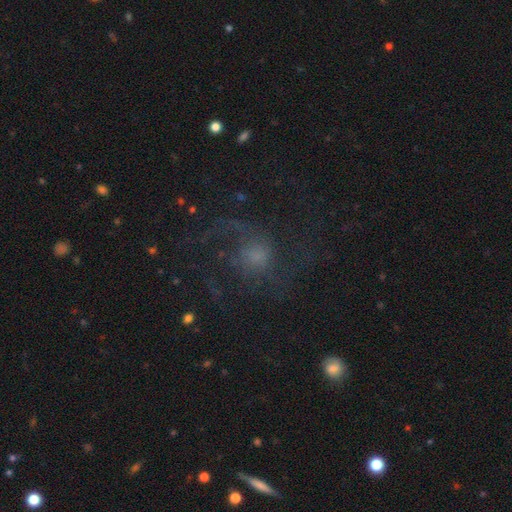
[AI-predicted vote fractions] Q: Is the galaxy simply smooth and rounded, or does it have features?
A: featured or disk — 61%.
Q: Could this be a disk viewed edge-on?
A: no — 97%.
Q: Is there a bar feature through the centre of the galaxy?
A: no — 70%.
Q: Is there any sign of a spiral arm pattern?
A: yes — 84%.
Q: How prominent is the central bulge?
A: small — 38%.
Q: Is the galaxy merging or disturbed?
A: none — 54%.